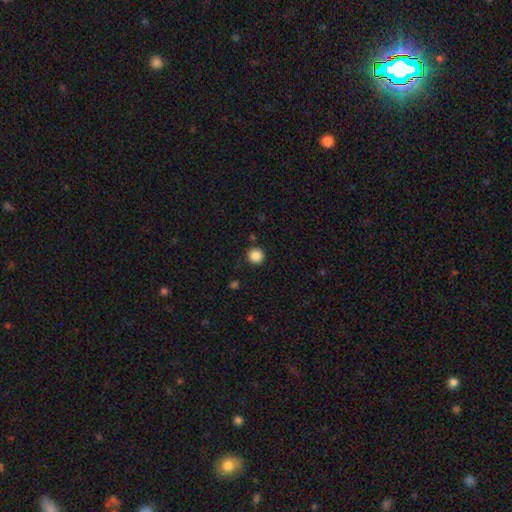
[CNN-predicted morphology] Smooth or featured: smooth — 87% (star or artifact — 10%)
How rounded: round — 96% (in between — 3%)
Merging: none — 90% (minor disturbance — 6%)